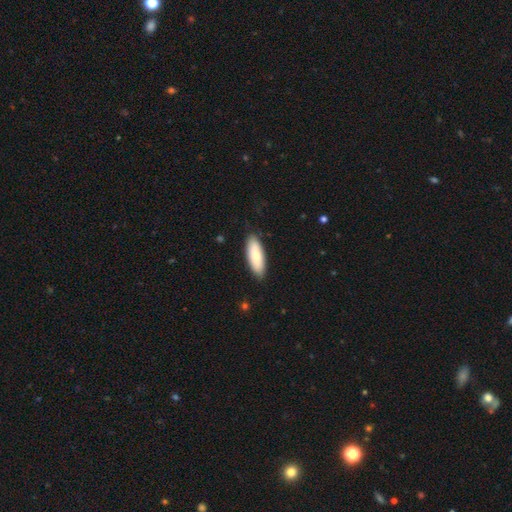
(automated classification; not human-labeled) This is clearly a smooth galaxy (83%). How rounded: likely in between (61%). Merging: clearly none (88%).